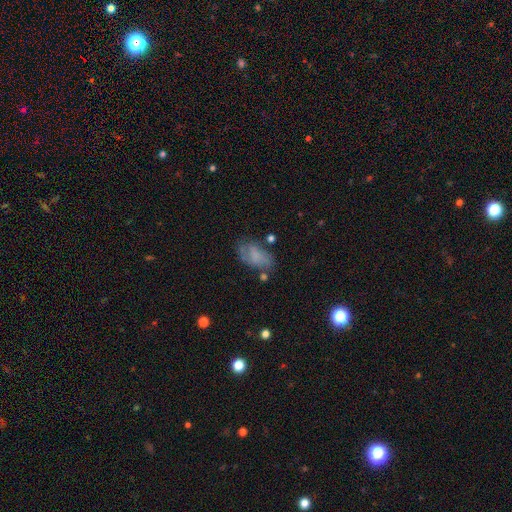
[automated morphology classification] Smooth or featured?
  - smooth: 58% *
  - featured or disk: 32%
  - star or artifact: 10%
How rounded?
  - in between: 91% *
  - round: 6%
  - cigar-shaped: 3%
Merging?
  - none: 53% *
  - minor disturbance: 27%
  - major disturbance: 14%
  - merger: 6%